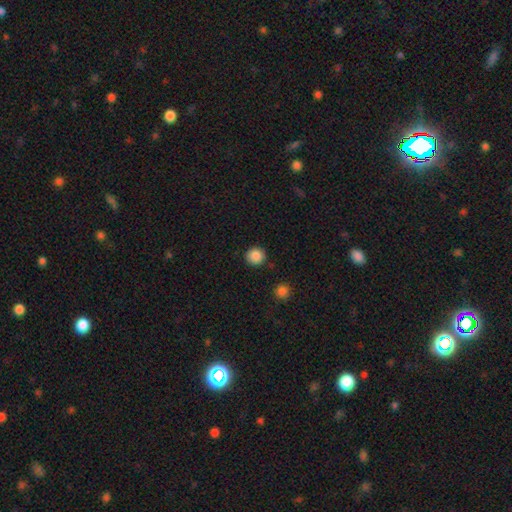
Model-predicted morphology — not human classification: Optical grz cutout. It shows a smooth galaxy with no disk features (87%) that is round (92%). Merging: none (89%).